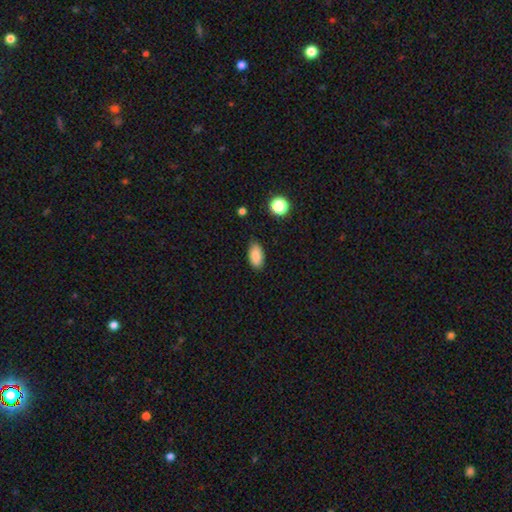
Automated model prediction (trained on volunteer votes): Smooth or featured?
  - smooth: 86% *
  - star or artifact: 9%
  - featured or disk: 5%
How rounded?
  - in between: 93% *
  - round: 4%
  - cigar-shaped: 3%
Merging?
  - none: 81% *
  - minor disturbance: 15%
  - major disturbance: 3%
  - merger: 1%